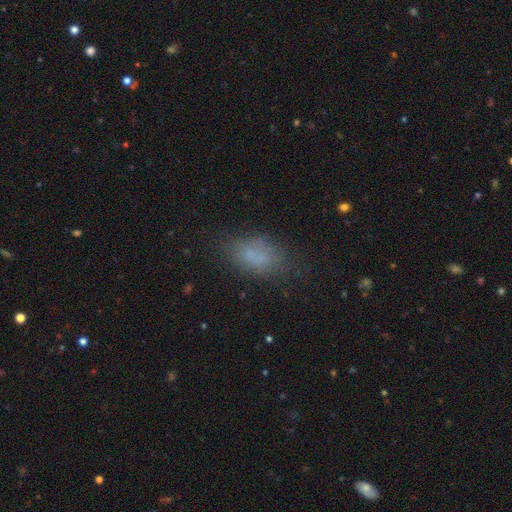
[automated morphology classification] type=smooth (72%); roundness=in between (88%); merging=none (65%).